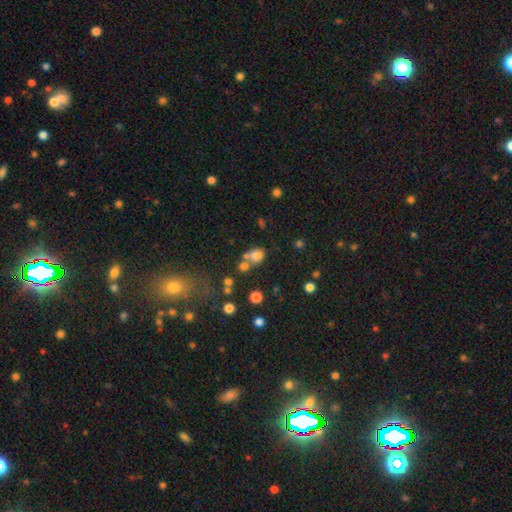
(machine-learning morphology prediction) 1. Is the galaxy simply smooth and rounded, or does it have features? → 72% smooth, 17% star or artifact, 11% featured or disk.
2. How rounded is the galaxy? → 53% round, 45% in between, 1% cigar-shaped.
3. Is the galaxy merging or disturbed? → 41% none, 40% merger, 12% minor disturbance, 7% major disturbance.